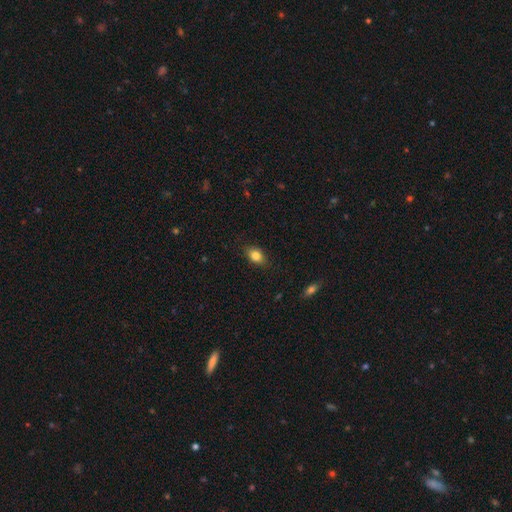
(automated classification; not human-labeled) A smooth galaxy with no disk features (83%) that is in between round and cigar-shaped (78%). Merging: none (85%).